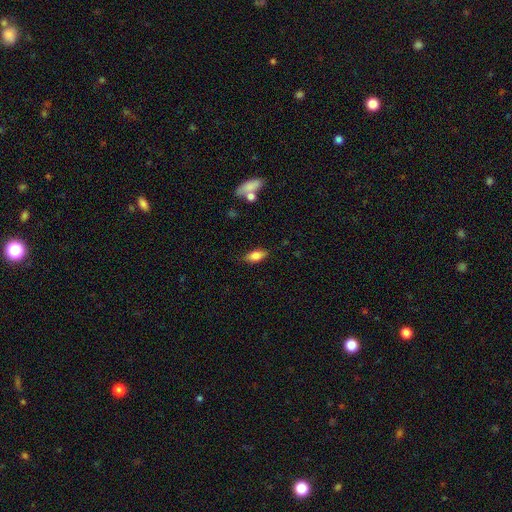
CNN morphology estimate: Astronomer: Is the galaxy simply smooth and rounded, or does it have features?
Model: smooth — 80%.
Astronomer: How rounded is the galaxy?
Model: in between — 85%.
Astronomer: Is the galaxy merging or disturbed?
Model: none — 82%.